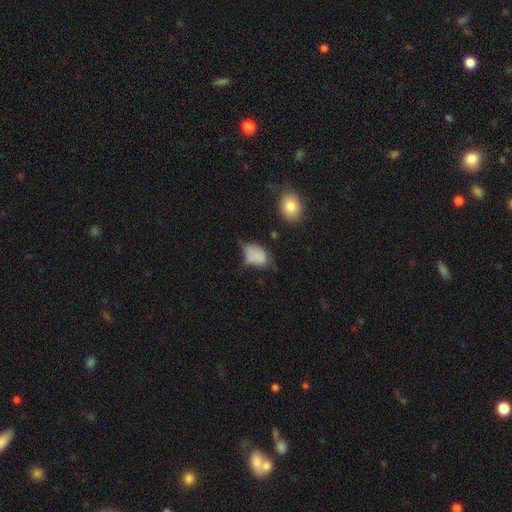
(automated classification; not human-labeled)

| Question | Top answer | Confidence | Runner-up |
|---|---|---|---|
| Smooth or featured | smooth | 78% | featured or disk (12%) |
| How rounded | in between | 84% | round (15%) |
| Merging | minor disturbance | 40% | none (33%) |